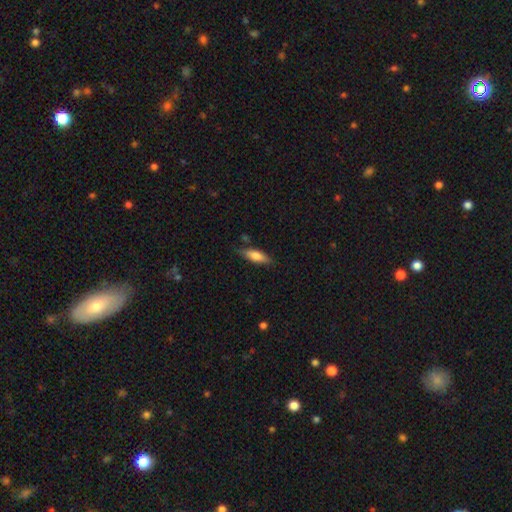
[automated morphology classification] Smooth or featured? smooth (67%)
How rounded? in between (50%)
Merging? none (77%)